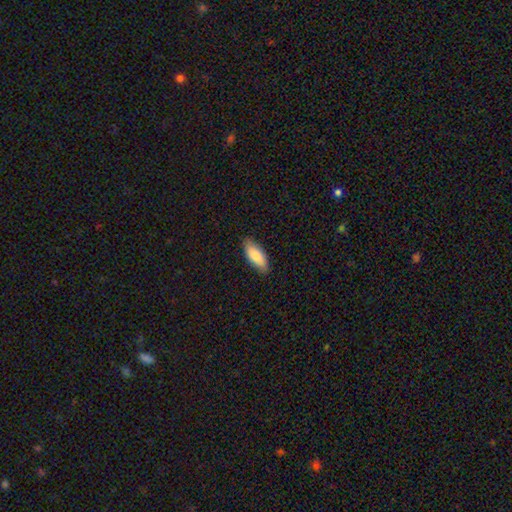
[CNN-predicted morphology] Smooth or featured?
  - smooth: 82% *
  - featured or disk: 13%
  - star or artifact: 6%
How rounded?
  - in between: 79% *
  - cigar-shaped: 19%
  - round: 2%
Merging?
  - none: 86% *
  - minor disturbance: 12%
  - major disturbance: 2%
  - merger: 1%